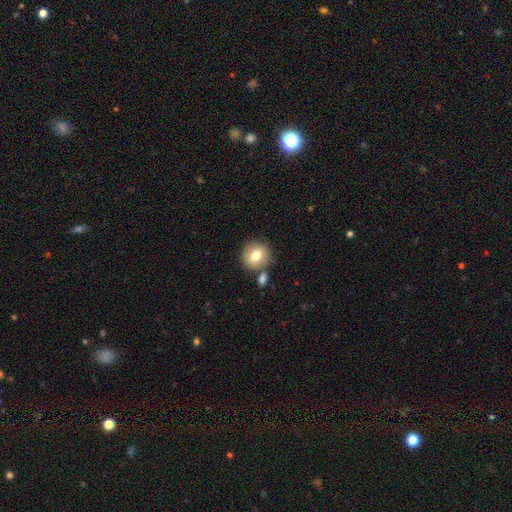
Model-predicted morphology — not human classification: Smooth or featured? Predicted: smooth (p=0.77). How rounded? Predicted: round (p=0.86). Merging? Predicted: none (p=0.73).